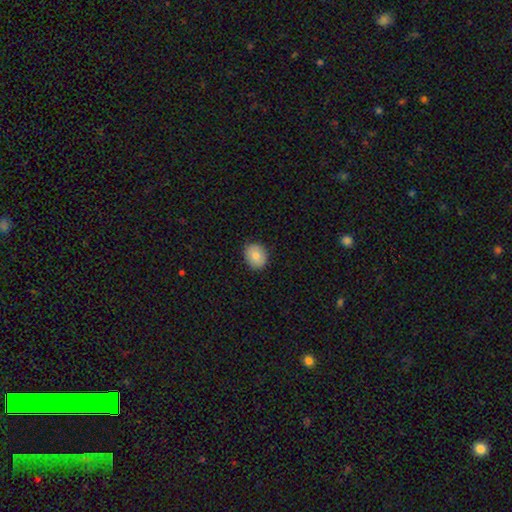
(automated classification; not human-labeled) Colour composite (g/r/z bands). It shows a smooth galaxy with no disk features (81%) that is round (68%). Merging: none (88%).